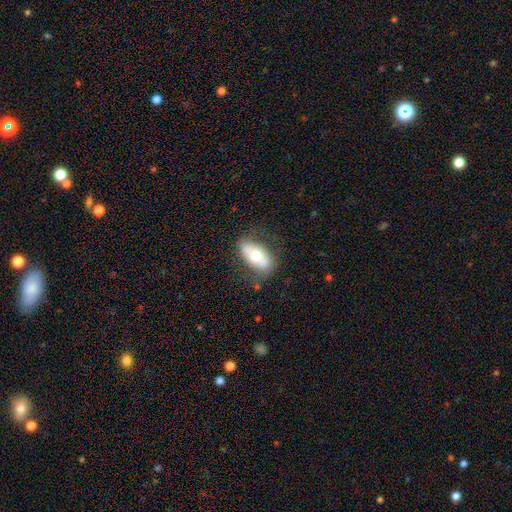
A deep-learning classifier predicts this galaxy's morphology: Q: Smooth or featured?
A: smooth (57%); runner-up: featured or disk (36%)
Q: How rounded?
A: in between (89%); runner-up: cigar-shaped (6%)
Q: Merging?
A: none (74%); runner-up: minor disturbance (18%)